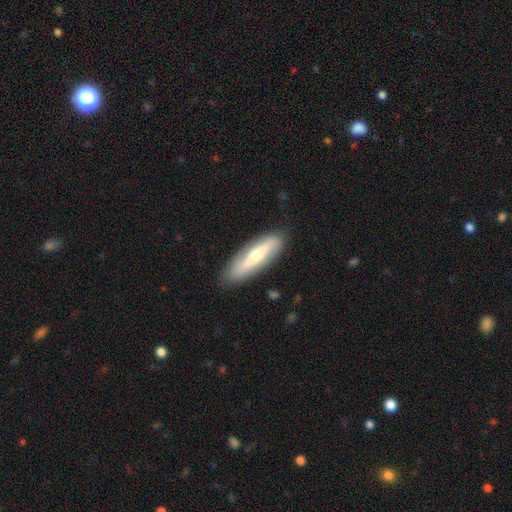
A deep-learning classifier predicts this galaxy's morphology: The model was most divided on "smooth or featured": featured or disk: 52%, smooth: 42%, star or artifact: 5%. More confident: merging — none (85%); edge-on disk — yes (55%).